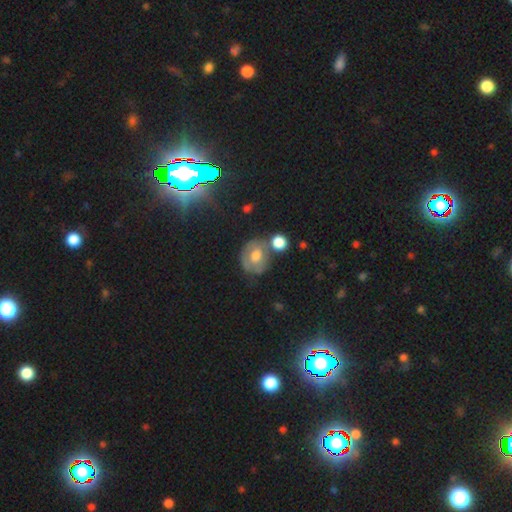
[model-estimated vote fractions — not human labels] This is possibly a smooth galaxy (49%). Merging: possibly none (52%).